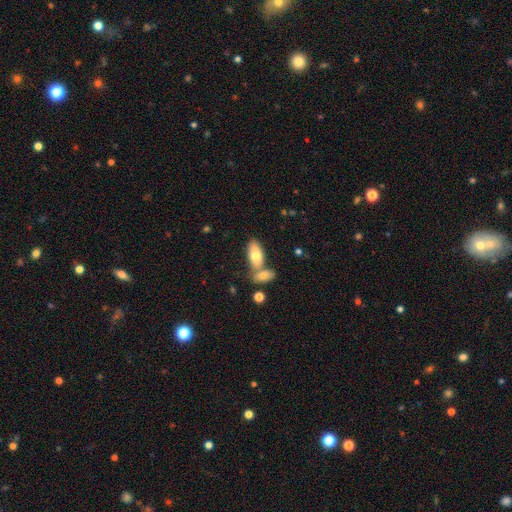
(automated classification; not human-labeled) Q: Smooth or featured?
A: smooth (74%); runner-up: featured or disk (20%)
Q: How rounded?
A: in between (89%); runner-up: cigar-shaped (7%)
Q: Merging?
A: none (51%); runner-up: merger (35%)